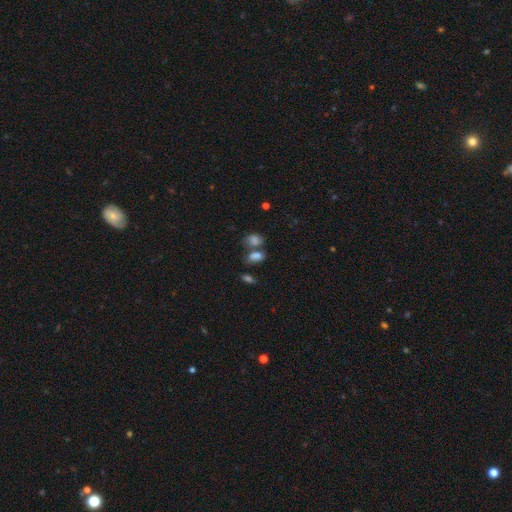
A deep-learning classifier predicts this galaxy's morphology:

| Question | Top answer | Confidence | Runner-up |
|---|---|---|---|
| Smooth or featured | smooth | 80% | star or artifact (12%) |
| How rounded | in between | 83% | round (14%) |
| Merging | none | 42% | merger (39%) |